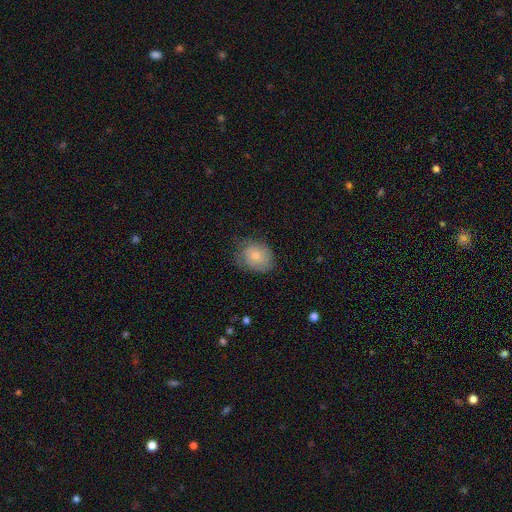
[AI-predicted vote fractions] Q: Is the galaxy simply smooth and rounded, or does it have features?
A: smooth — 70%.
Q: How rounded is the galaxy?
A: round — 53%.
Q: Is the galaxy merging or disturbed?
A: none — 62%.